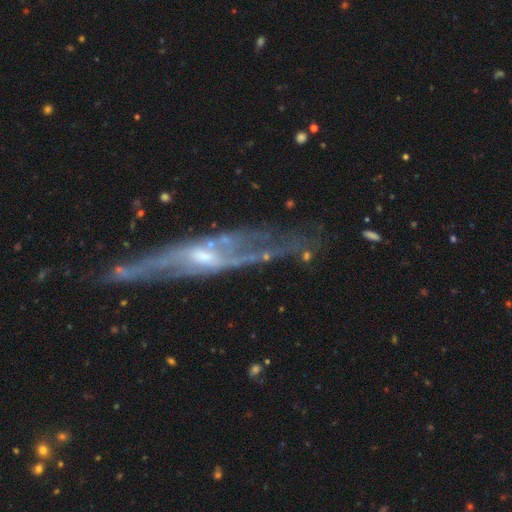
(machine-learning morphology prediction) Smooth or featured? featured or disk (82%)
Edge-on disk? yes (61%)
Edge-on bulge? rounded (66%)
Merging? none (65%)